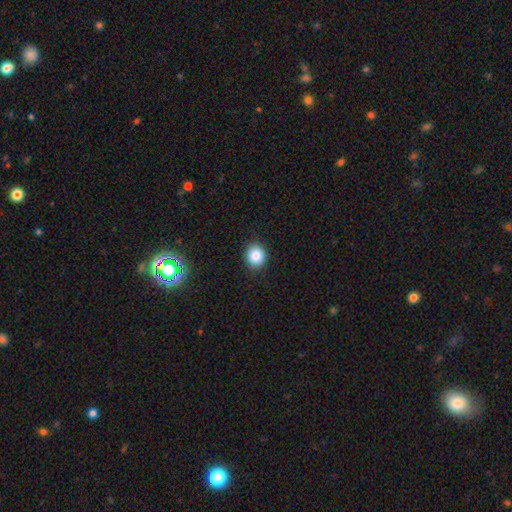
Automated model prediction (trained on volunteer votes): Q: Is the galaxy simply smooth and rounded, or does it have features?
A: smooth — 84%.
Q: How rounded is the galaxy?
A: round — 78%.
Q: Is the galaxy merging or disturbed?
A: none — 90%.